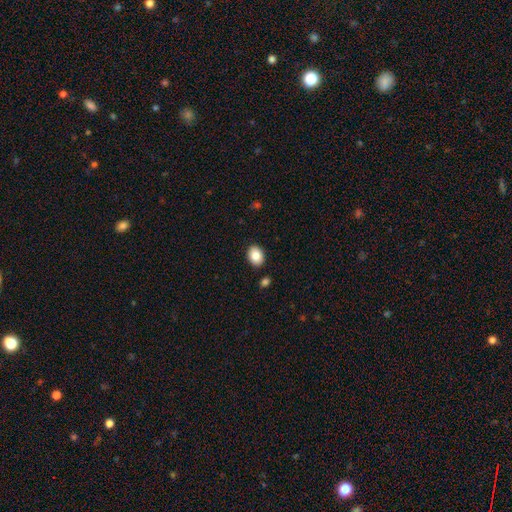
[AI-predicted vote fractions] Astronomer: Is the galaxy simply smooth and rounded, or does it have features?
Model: smooth — 83%.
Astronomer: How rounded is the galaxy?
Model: in between — 72%.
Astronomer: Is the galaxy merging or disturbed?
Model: none — 88%.